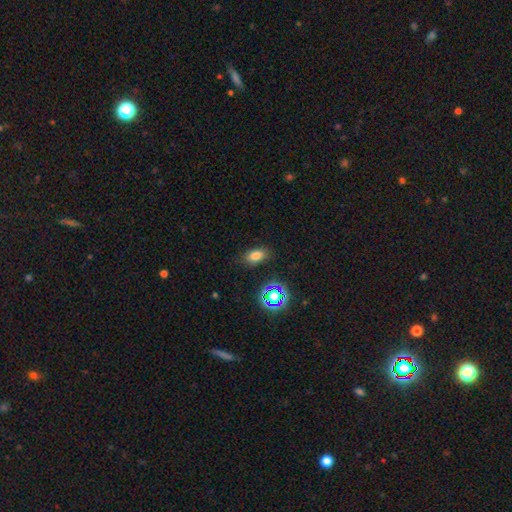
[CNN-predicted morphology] smooth_or_featured: smooth (p=0.75) [alt: star or artifact p=0.17]
how_rounded: in between (p=0.85) [alt: round p=0.12]
merging: none (p=0.83) [alt: minor disturbance p=0.12]